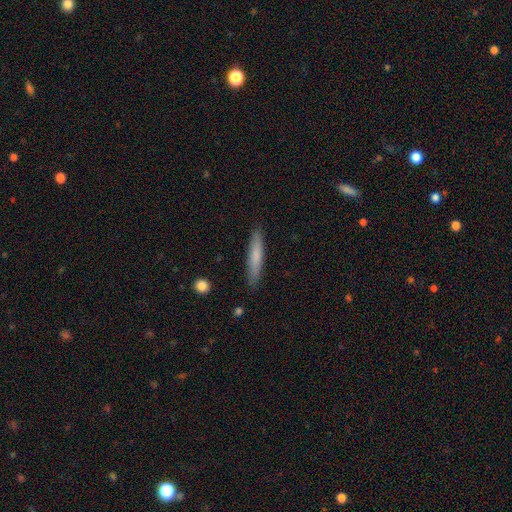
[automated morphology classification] smooth-or-featured: smooth: 72% | featured or disk: 22% | star or artifact: 6%
  how-rounded: cigar-shaped: 92% | in between: 7% | round: 1%
  merging: none: 88% | minor disturbance: 9% | major disturbance: 2% | merger: 1%